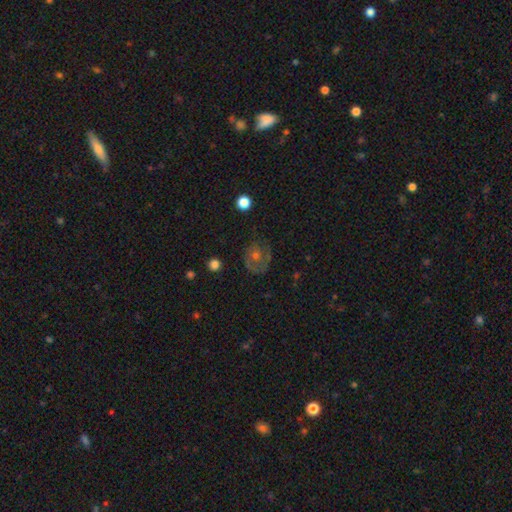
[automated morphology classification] smooth_or_featured: featured or disk (p=0.53) [alt: smooth p=0.34]
disk_edge_on: no (p=0.96) [alt: yes p=0.04]
bar: no (p=0.86) [alt: weak p=0.12]
has_spiral_arms: yes (p=0.58) [alt: no p=0.42]
bulge_size: moderate (p=0.53) [alt: small p=0.40]
merging: none (p=0.65) [alt: minor disturbance p=0.20]